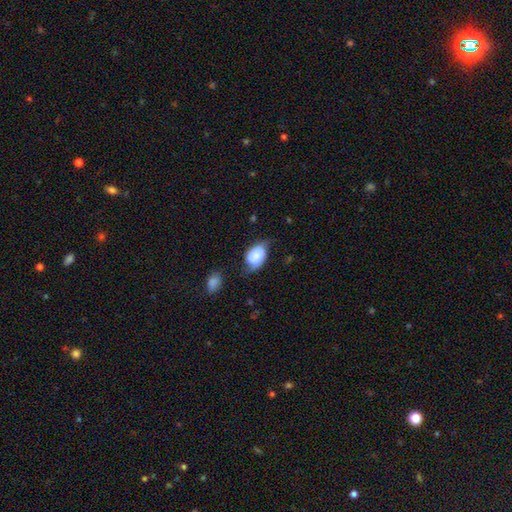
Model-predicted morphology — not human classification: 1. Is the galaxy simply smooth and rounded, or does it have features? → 58% smooth, 34% featured or disk, 9% star or artifact.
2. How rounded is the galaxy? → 84% in between, 14% round, 2% cigar-shaped.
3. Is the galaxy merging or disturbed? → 37% minor disturbance, 36% none, 18% major disturbance, 9% merger.